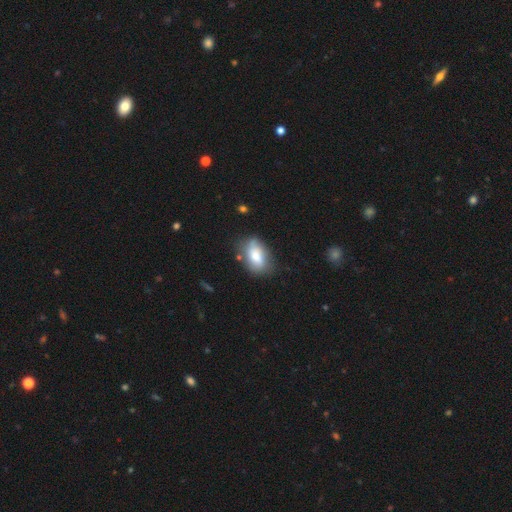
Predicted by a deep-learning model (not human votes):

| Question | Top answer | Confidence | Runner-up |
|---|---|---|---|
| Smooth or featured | smooth | 73% | featured or disk (19%) |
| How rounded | in between | 88% | round (9%) |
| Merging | none | 61% | minor disturbance (26%) |